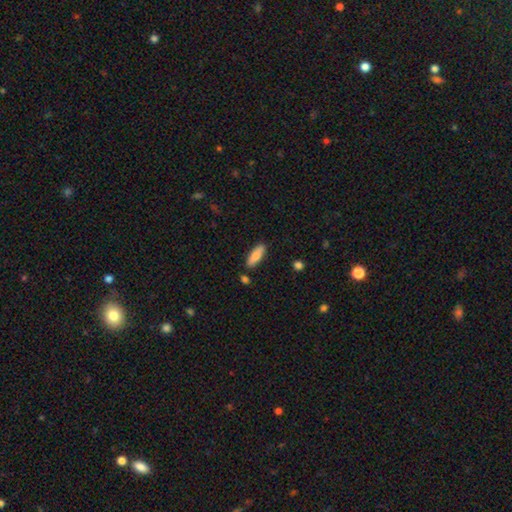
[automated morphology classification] Smooth or featured? Predicted: smooth (p=0.79). How rounded? Predicted: in between (p=0.55). Merging? Predicted: none (p=0.85).